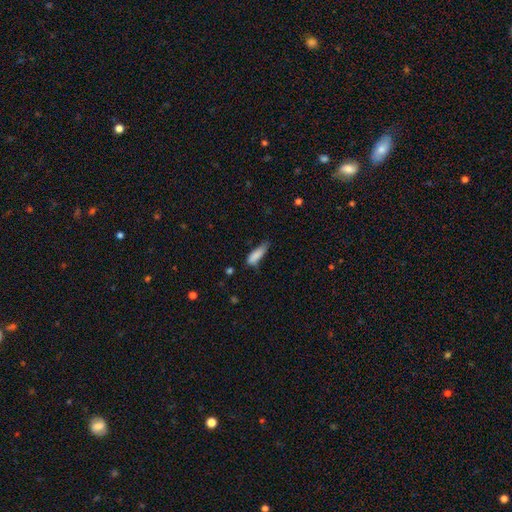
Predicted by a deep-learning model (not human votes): Q: Smooth or featured?
A: smooth (83%); runner-up: featured or disk (9%)
Q: How rounded?
A: cigar-shaped (49%); tied with: in between (49%)
Q: Merging?
A: none (45%); runner-up: minor disturbance (40%)